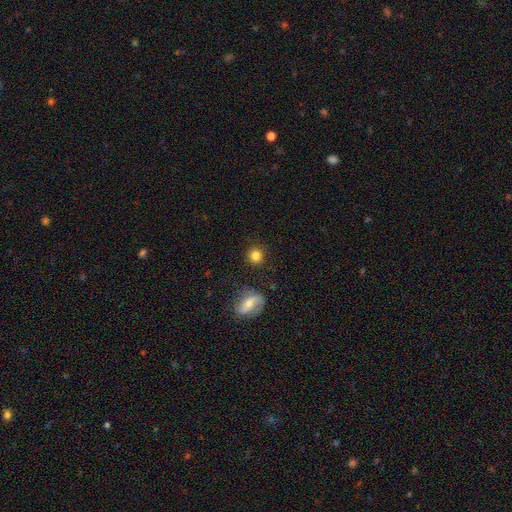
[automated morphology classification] Smooth or featured: smooth — 82% (star or artifact — 9%)
How rounded: round — 89% (in between — 10%)
Merging: none — 86% (minor disturbance — 8%)